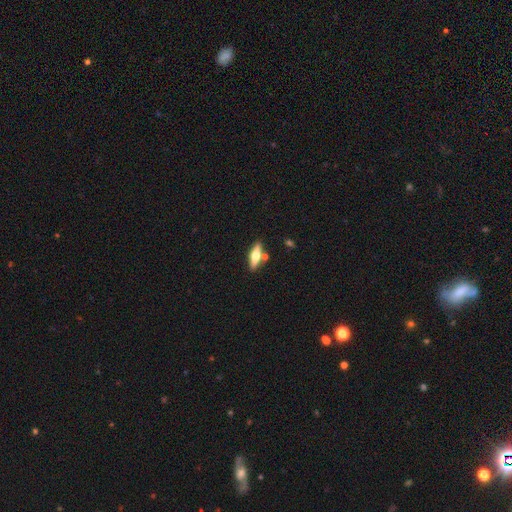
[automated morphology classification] featured or disk 51%, smooth 43%, star or artifact 6%. Down the decision tree: edge-on disk — yes (91%); merging — none (77%).